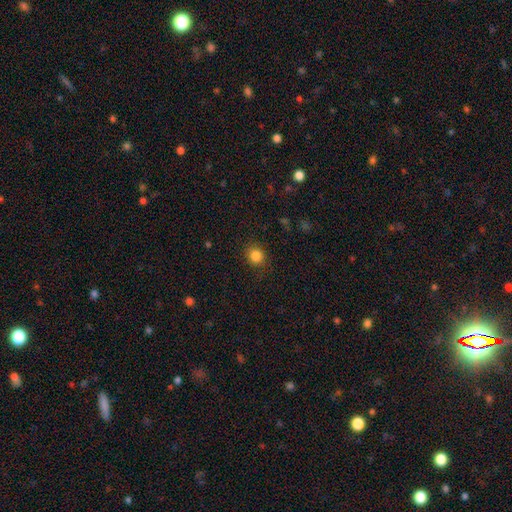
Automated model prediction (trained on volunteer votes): smooth_or_featured: smooth (p=0.84) [alt: star or artifact p=0.11]
how_rounded: round (p=0.82) [alt: in between p=0.17]
merging: none (p=0.87) [alt: minor disturbance p=0.09]